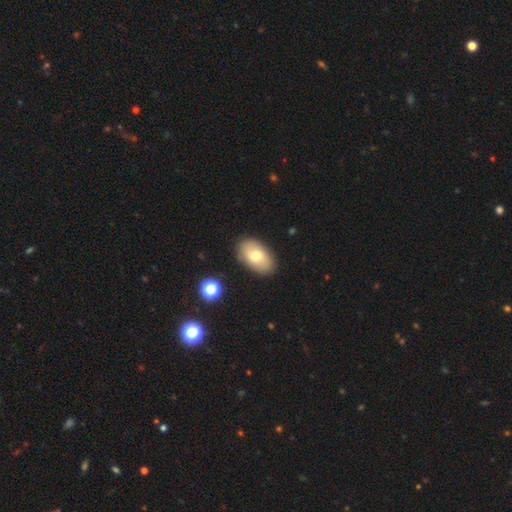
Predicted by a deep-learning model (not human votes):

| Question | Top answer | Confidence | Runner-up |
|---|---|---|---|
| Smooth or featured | smooth | 68% | featured or disk (24%) |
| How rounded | in between | 92% | round (6%) |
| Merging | none | 86% | minor disturbance (10%) |